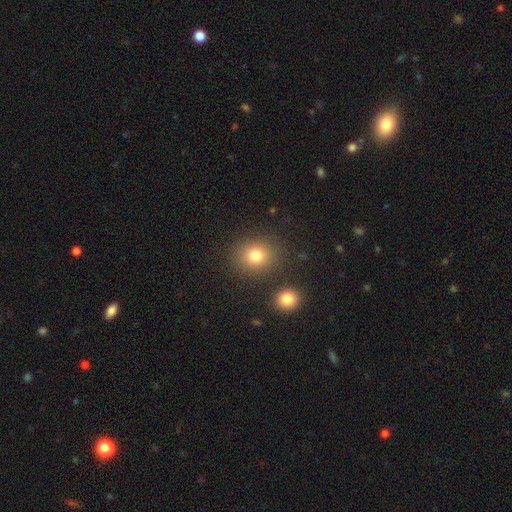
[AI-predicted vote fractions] This is likely a smooth galaxy (79%). How rounded: likely round (76%). Merging: clearly none (84%).